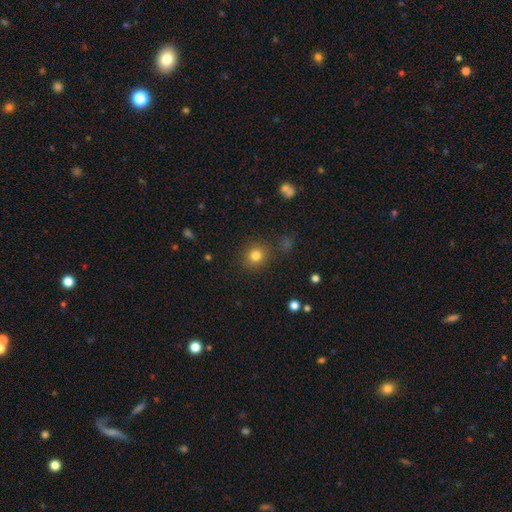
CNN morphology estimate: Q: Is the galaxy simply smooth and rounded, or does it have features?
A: smooth — 81%.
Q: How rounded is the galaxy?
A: round — 86%.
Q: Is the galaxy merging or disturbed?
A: none — 85%.